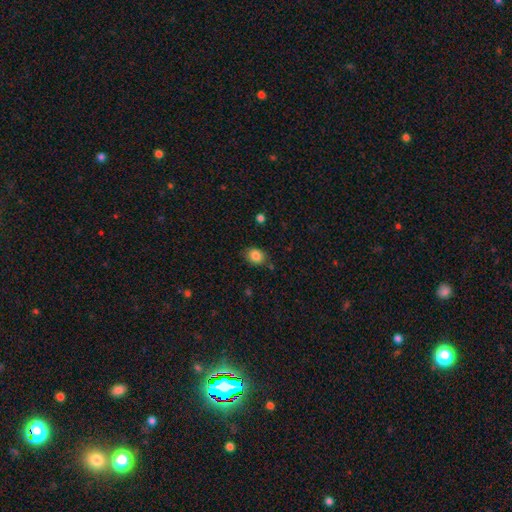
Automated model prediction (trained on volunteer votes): Smooth or featured? smooth (85%)
How rounded? in between (55%)
Merging? none (81%)